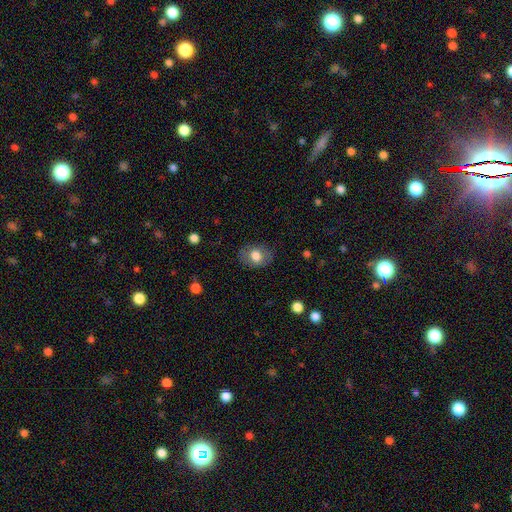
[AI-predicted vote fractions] smooth-or-featured: smooth: 77% | featured or disk: 15% | star or artifact: 8%
  how-rounded: in between: 64% | round: 35% | cigar-shaped: 1%
  merging: none: 80% | minor disturbance: 14% | major disturbance: 5% | merger: 1%